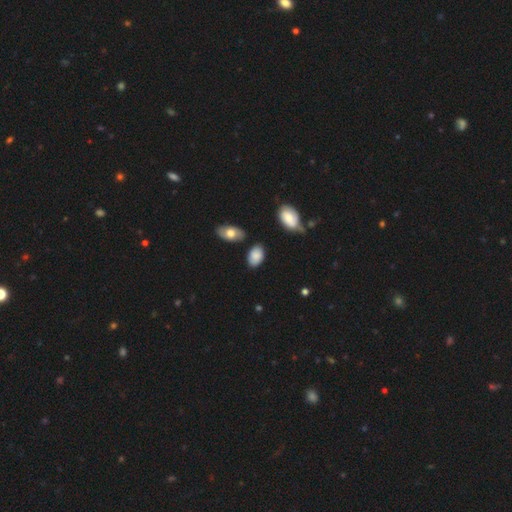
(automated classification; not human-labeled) The model was most divided on "merging": none: 72%, minor disturbance: 19%, major disturbance: 4%, merger: 4%. More confident: how rounded — in between (90%); smooth or featured — smooth (82%).